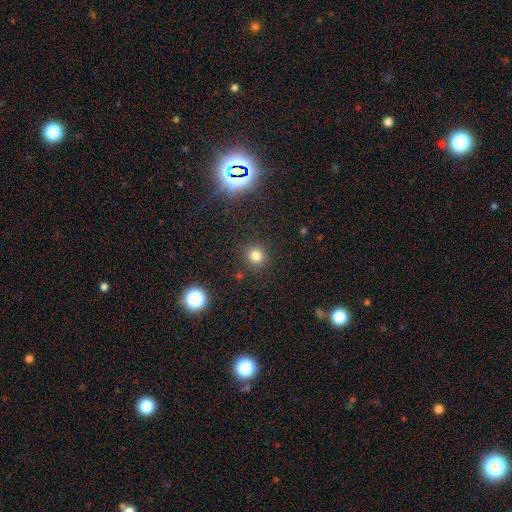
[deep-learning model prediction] Morphology: type=smooth (78%); roundness=round (91%); merging=none (88%).